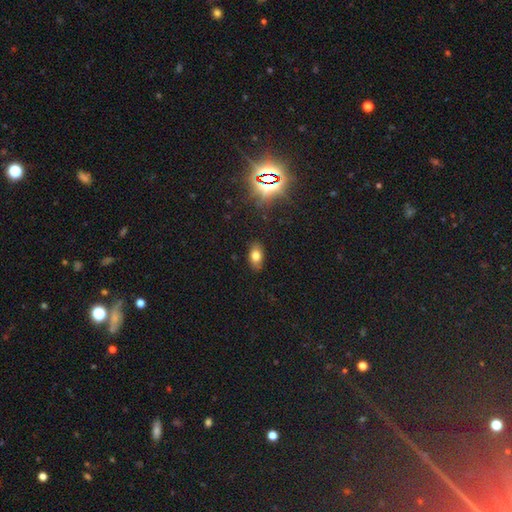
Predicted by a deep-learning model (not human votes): smooth 73%, star or artifact 14%, featured or disk 13%. Down the decision tree: how rounded — in between (89%); merging — none (86%).